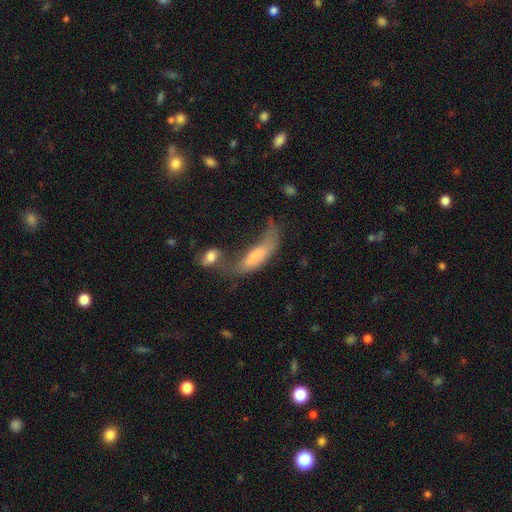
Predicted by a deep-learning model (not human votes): This is likely a smooth galaxy (64%). How rounded: possibly in between (54%). Merging: marginally merger (36%).